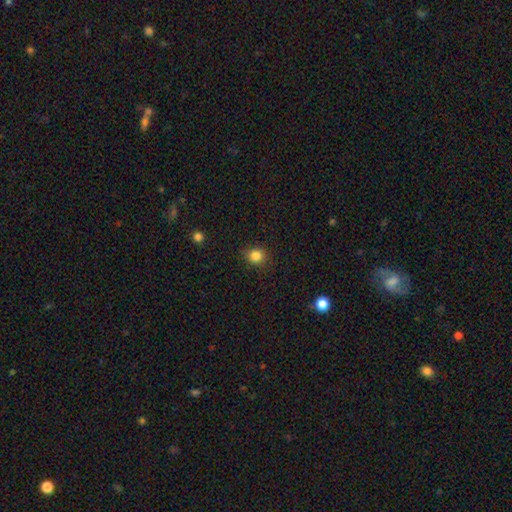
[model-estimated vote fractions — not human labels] Overall: smooth (84%). How rounded: round (81%). Merging: none (85%).